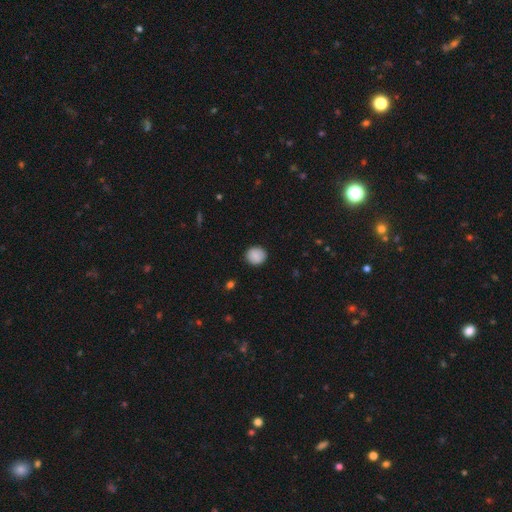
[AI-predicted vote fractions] Smooth or featured? Predicted: smooth (p=0.88). How rounded? Predicted: round (p=0.87). Merging? Predicted: none (p=0.90).